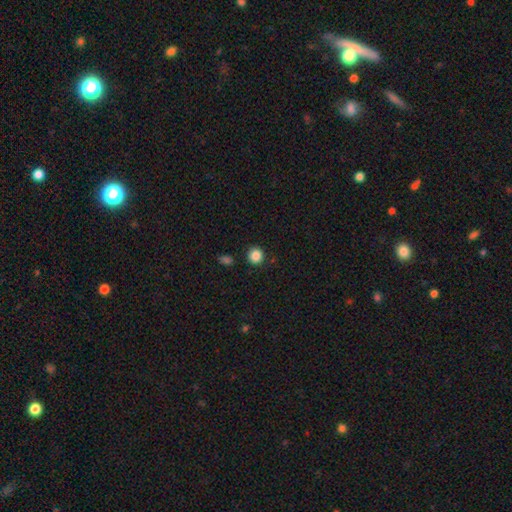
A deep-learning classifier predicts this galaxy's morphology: Overall: smooth (86%). How rounded: round (92%). Merging: none (90%).